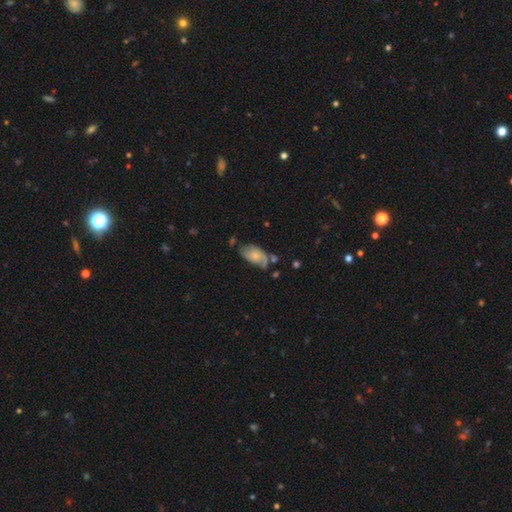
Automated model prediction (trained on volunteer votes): Q: Smooth or featured?
A: featured or disk (49%); runner-up: smooth (44%)
Q: Merging?
A: none (45%); runner-up: minor disturbance (32%)